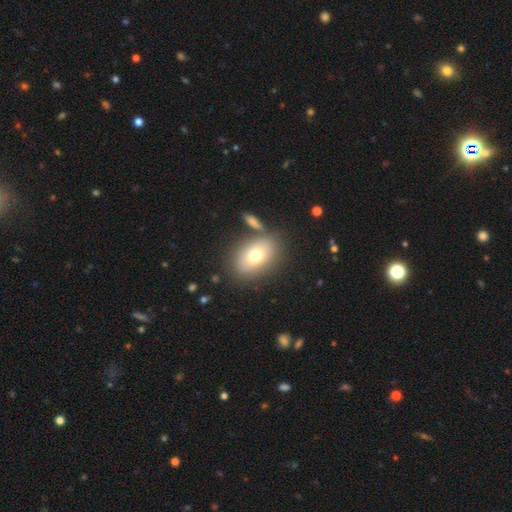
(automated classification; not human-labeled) Smooth or featured: smooth — 74% (featured or disk — 17%)
How rounded: in between — 85% (round — 13%)
Merging: none — 73% (minor disturbance — 12%)